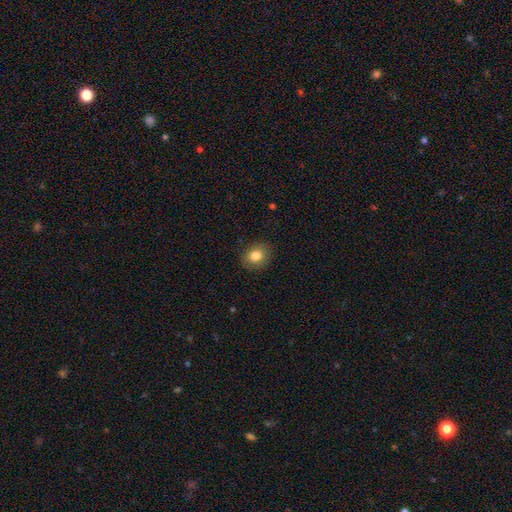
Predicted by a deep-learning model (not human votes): Smooth or featured: smooth — 82% (star or artifact — 9%)
How rounded: round — 54% (in between — 45%)
Merging: none — 88% (minor disturbance — 9%)